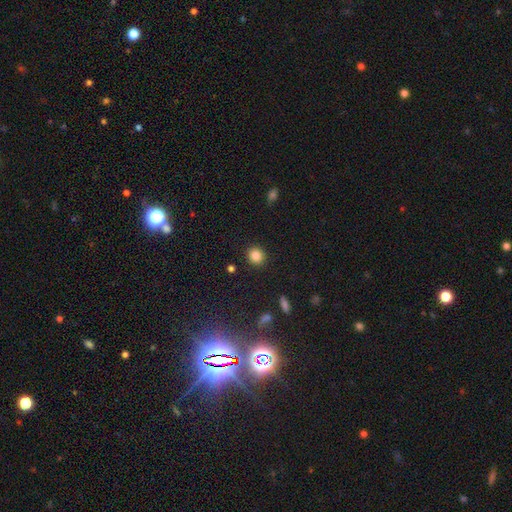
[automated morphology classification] smooth-or-featured: smooth: 84% | star or artifact: 11% | featured or disk: 5%
  how-rounded: round: 85% | in between: 14% | cigar-shaped: 1%
  merging: none: 90% | minor disturbance: 6% | major disturbance: 2% | merger: 1%